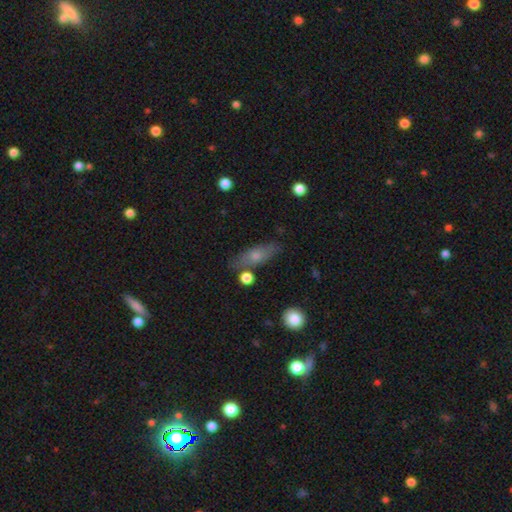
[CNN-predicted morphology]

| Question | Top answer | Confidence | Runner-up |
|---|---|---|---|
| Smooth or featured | smooth | 64% | featured or disk (28%) |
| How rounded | in between | 62% | cigar-shaped (33%) |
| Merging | none | 70% | minor disturbance (18%) |